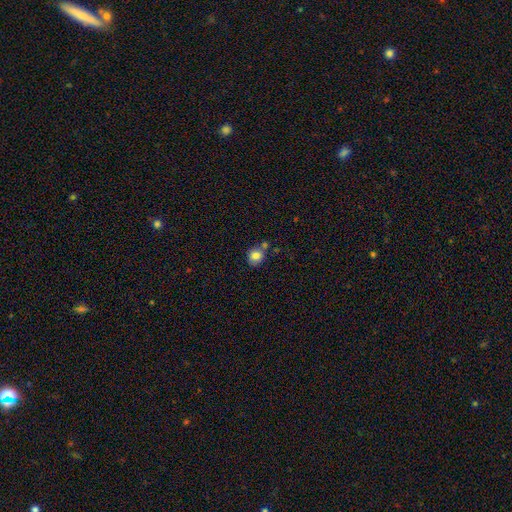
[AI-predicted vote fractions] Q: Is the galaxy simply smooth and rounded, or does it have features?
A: smooth — 80%.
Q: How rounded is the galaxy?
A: round — 72%.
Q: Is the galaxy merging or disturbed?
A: none — 59%.